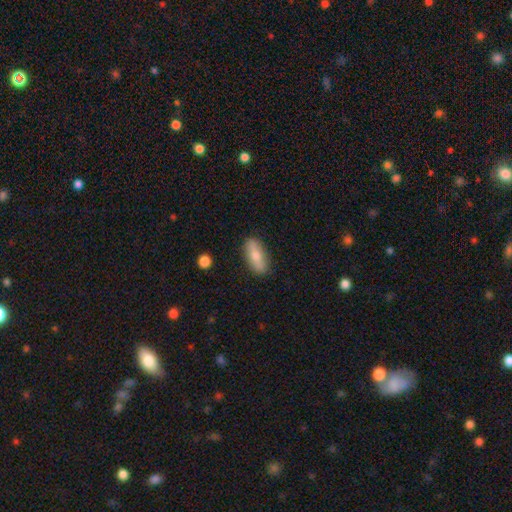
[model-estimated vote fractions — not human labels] This is likely a smooth galaxy (70%). How rounded: likely in between (77%). Merging: clearly none (85%).